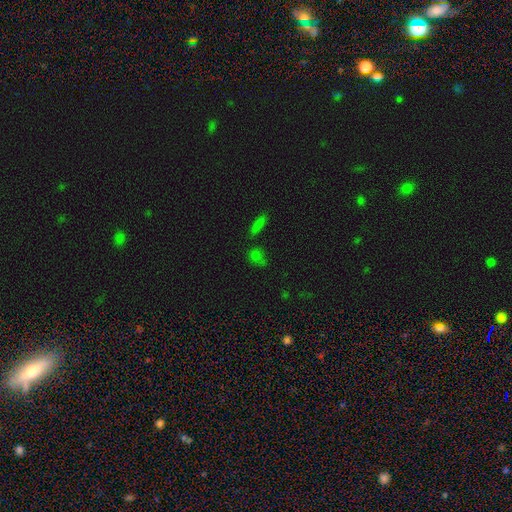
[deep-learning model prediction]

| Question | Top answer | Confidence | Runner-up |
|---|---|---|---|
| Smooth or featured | smooth | 66% | star or artifact (24%) |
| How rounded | round | 58% | in between (36%) |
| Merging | none | 65% | minor disturbance (15%) |